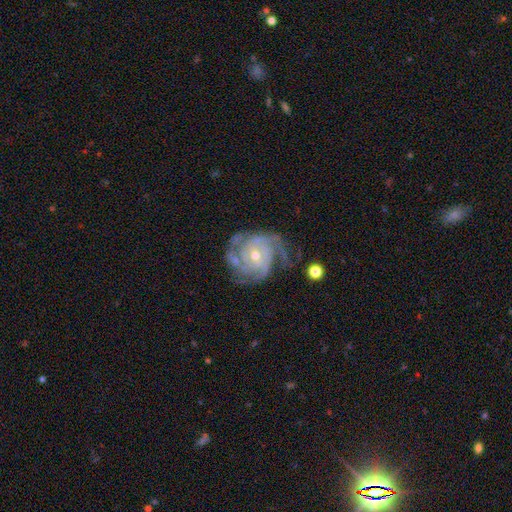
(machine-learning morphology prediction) smooth_or_featured: featured or disk (p=0.90) [alt: star or artifact p=0.06]
disk_edge_on: no (p=0.98) [alt: yes p=0.02]
bar: no (p=0.67) [alt: weak p=0.25]
has_spiral_arms: yes (p=0.98) [alt: no p=0.02]
spiral_winding: tight (p=0.67) [alt: medium p=0.28]
spiral_arm_count: 4 (p=0.31) [alt: 3 p=0.26]
bulge_size: small (p=0.53) [alt: moderate p=0.44]
merging: none (p=0.69) [alt: minor disturbance p=0.19]